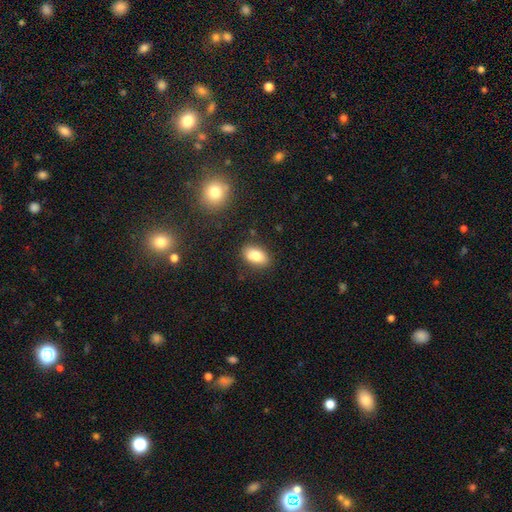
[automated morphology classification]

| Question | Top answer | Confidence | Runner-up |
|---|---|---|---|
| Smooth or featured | smooth | 79% | featured or disk (12%) |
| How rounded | in between | 89% | round (9%) |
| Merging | none | 83% | minor disturbance (12%) |